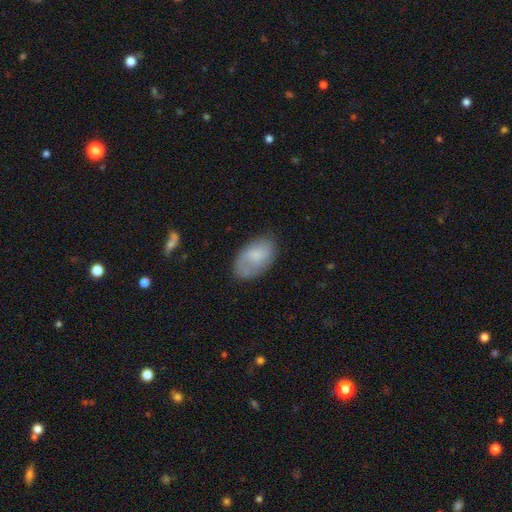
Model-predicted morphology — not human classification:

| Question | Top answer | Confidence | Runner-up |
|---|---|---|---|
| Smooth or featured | smooth | 70% | featured or disk (22%) |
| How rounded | in between | 92% | round (6%) |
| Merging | none | 65% | minor disturbance (25%) |